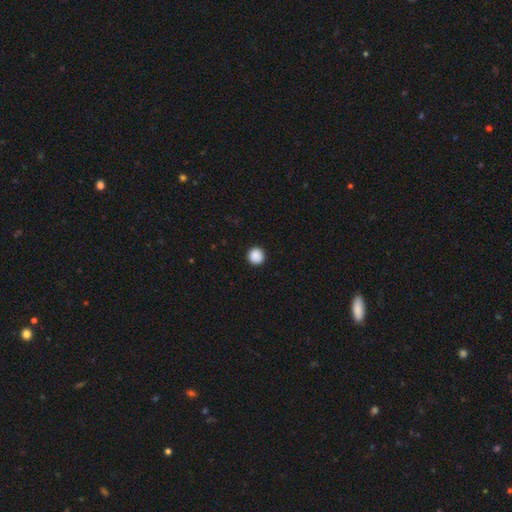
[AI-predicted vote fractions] The model was most divided on "smooth or featured": smooth: 89%, star or artifact: 9%, featured or disk: 2%. More confident: how rounded — round (96%); merging — none (93%).